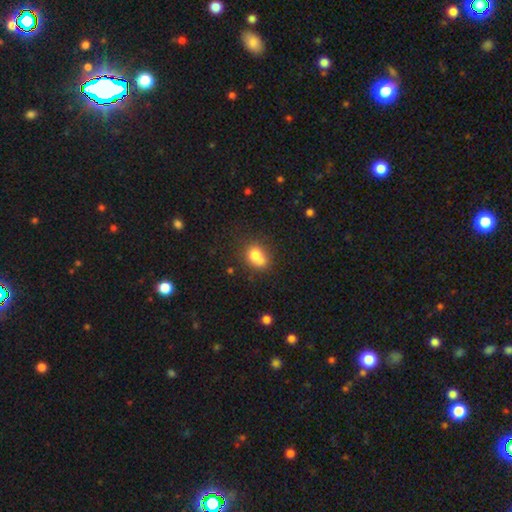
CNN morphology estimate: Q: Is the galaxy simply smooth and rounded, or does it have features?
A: smooth — 75%.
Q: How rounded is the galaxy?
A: in between — 58%.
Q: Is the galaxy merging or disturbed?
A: none — 43%.